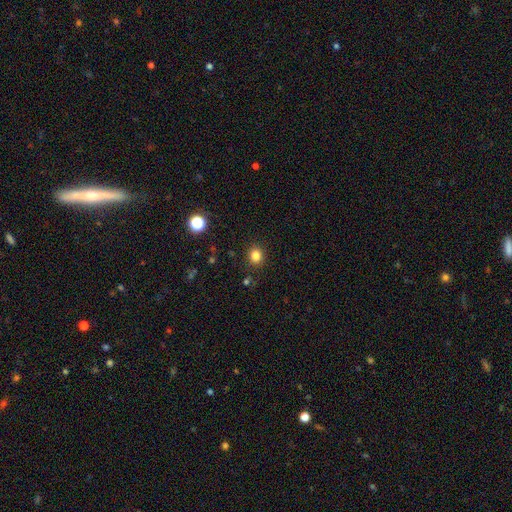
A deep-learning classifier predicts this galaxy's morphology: A smooth galaxy with no disk features (82%) that is round (79%). Merging: none (89%).